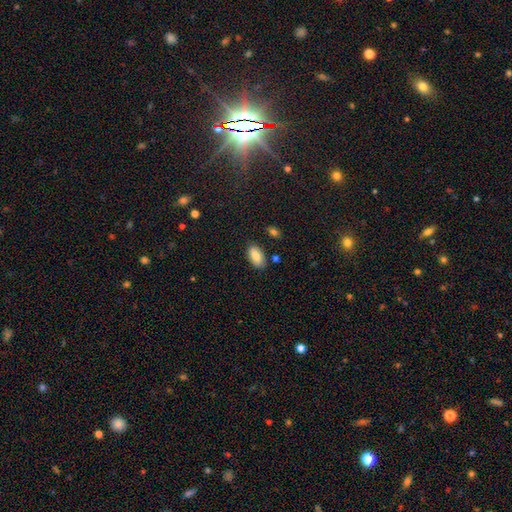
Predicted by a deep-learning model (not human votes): This appears to be a smooth galaxy with no disk features (81%) that is in between round and cigar-shaped (92%). Merging: none (83%).